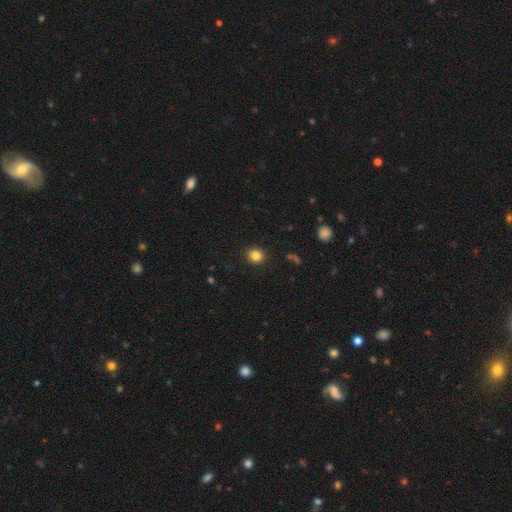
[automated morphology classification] Smooth or featured? Predicted: smooth (p=0.84). How rounded? Predicted: round (p=0.80). Merging? Predicted: none (p=0.91).